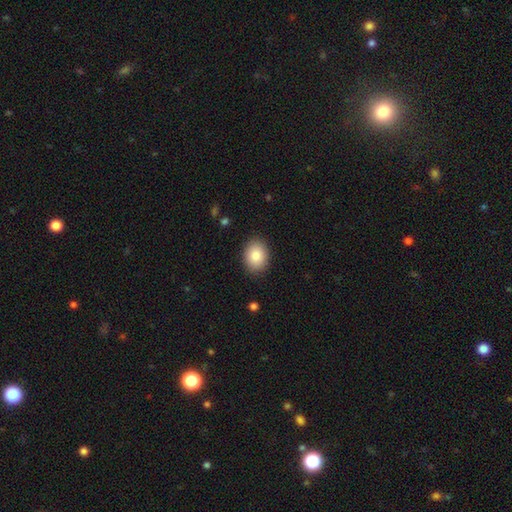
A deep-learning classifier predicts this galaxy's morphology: The model was most divided on "how rounded": in between: 62%, round: 37%, cigar-shaped: 1%. More confident: merging — none (88%); smooth or featured — smooth (85%).